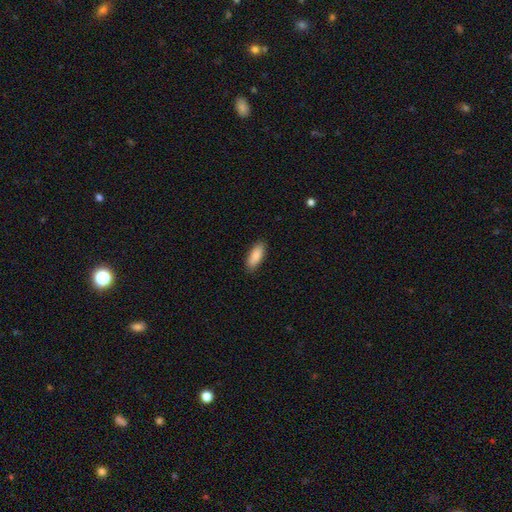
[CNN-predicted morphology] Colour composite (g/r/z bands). It shows a smooth galaxy with no disk features (87%) that is in between round and cigar-shaped (75%). Merging: none (86%).